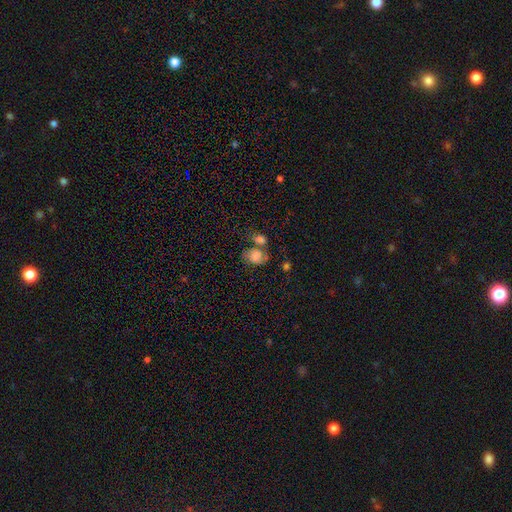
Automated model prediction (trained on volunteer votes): smooth-or-featured: smooth: 63% | featured or disk: 27% | star or artifact: 11%
  how-rounded: in between: 63% | round: 36% | cigar-shaped: 1%
  merging: merger: 36% | none: 35% | minor disturbance: 17% | major disturbance: 12%